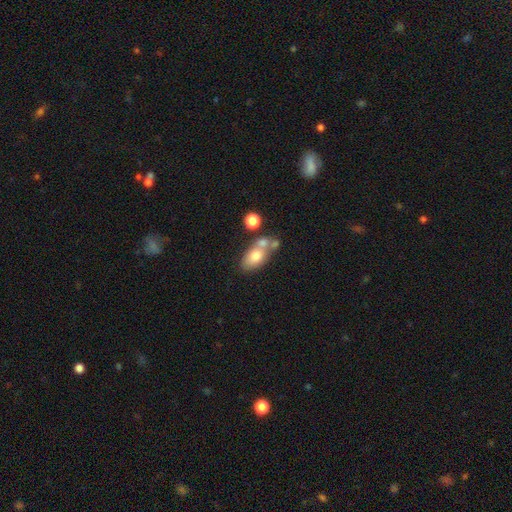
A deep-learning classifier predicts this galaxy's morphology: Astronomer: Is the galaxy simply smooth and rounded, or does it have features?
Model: smooth — 71%.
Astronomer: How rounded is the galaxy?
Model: in between — 83%.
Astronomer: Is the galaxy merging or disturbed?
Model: merger — 42% (runner-up: none, 37%).